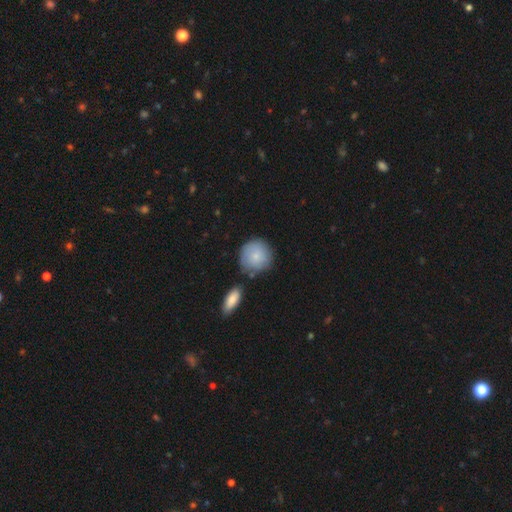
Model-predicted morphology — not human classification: Q: Smooth or featured?
A: smooth (79%); runner-up: featured or disk (15%)
Q: How rounded?
A: round (90%); runner-up: in between (9%)
Q: Merging?
A: none (68%); runner-up: minor disturbance (17%)